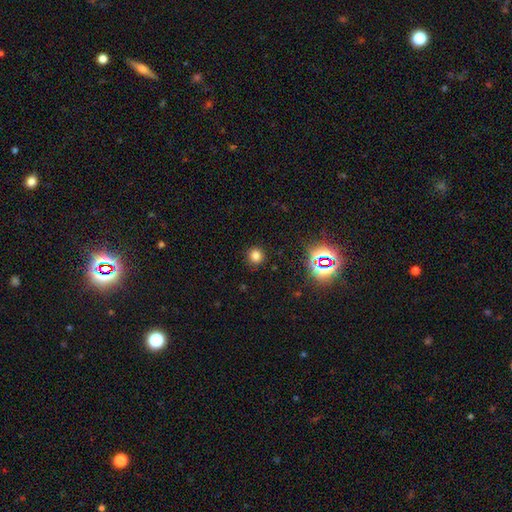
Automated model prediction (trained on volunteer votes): smooth-or-featured: smooth: 75% | star or artifact: 20% | featured or disk: 5%
  how-rounded: round: 89% | in between: 10% | cigar-shaped: 1%
  merging: none: 90% | minor disturbance: 7% | major disturbance: 2% | merger: 1%